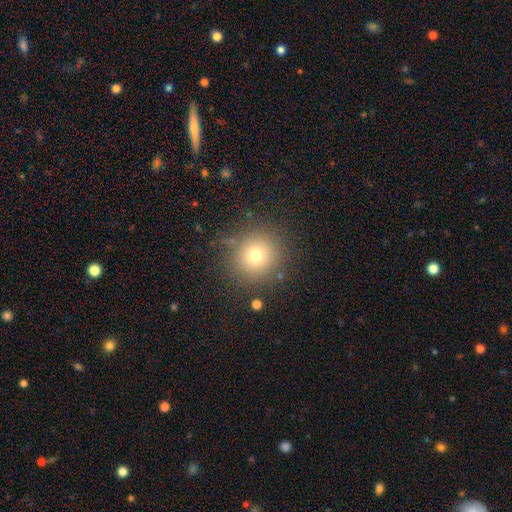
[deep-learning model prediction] smooth-or-featured: smooth: 72% | star or artifact: 17% | featured or disk: 11%
  how-rounded: round: 92% | in between: 8% | cigar-shaped: 1%
  merging: none: 85% | minor disturbance: 9% | major disturbance: 4% | merger: 2%